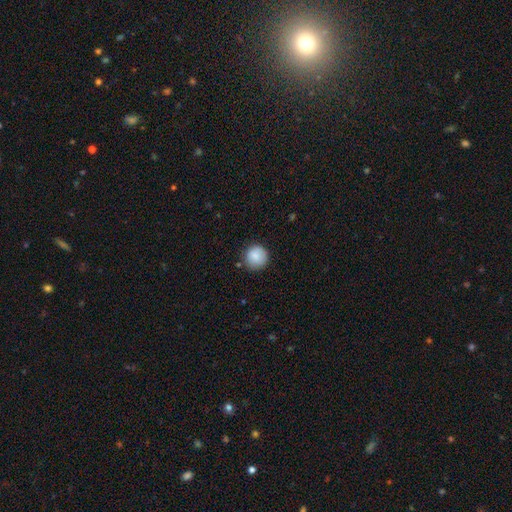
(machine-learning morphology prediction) Smooth or featured? smooth (87%)
How rounded? round (94%)
Merging? none (84%)